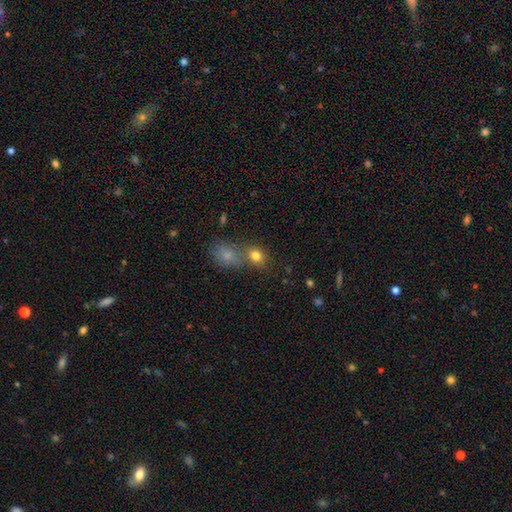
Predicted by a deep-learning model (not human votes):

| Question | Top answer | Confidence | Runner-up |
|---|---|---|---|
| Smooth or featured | smooth | 80% | star or artifact (12%) |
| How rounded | round | 57% | in between (41%) |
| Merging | merger | 45% | none (42%) |